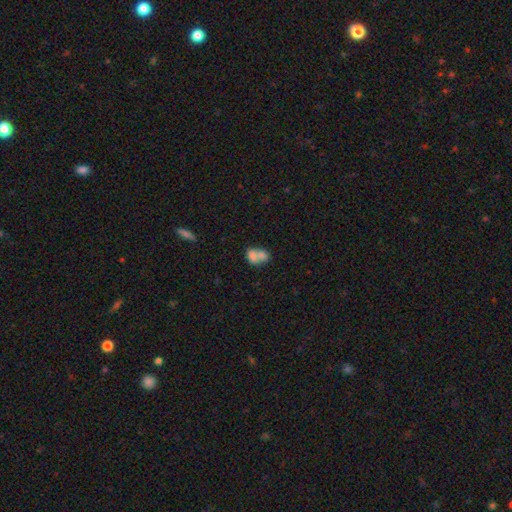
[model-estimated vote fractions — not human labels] Smooth or featured?
  - smooth: 71% *
  - featured or disk: 20%
  - star or artifact: 9%
How rounded?
  - in between: 71% *
  - round: 27%
  - cigar-shaped: 2%
Merging?
  - merger: 67% *
  - none: 20%
  - minor disturbance: 8%
  - major disturbance: 5%